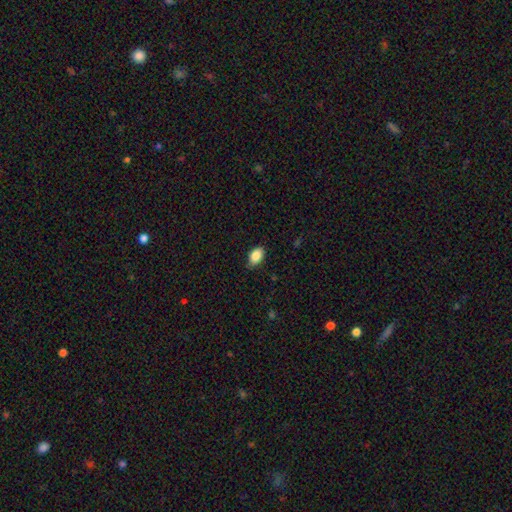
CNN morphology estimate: Smooth or featured? smooth (86%)
How rounded? in between (89%)
Merging? none (79%)